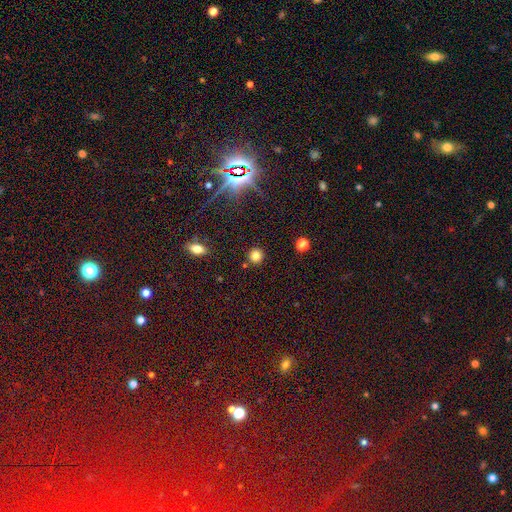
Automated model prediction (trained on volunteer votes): Smooth or featured: smooth — 80% (star or artifact — 14%)
How rounded: round — 93% (in between — 6%)
Merging: none — 88% (minor disturbance — 6%)